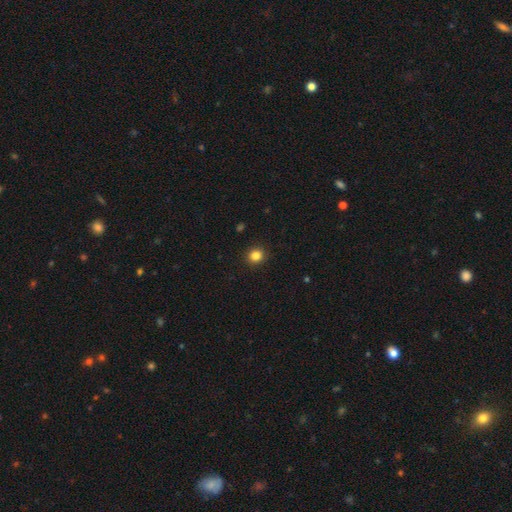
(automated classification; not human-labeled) The model was most divided on "smooth or featured": smooth: 84%, star or artifact: 12%, featured or disk: 4%. More confident: merging — none (92%); how rounded — round (87%).